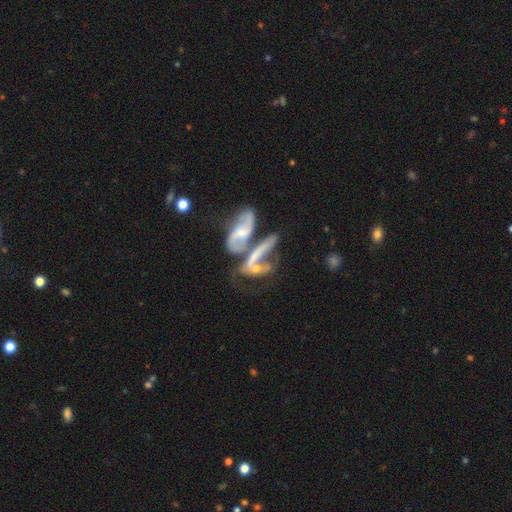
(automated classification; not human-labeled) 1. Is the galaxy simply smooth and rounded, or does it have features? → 66% featured or disk, 25% smooth, 9% star or artifact.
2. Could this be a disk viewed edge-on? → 85% no, 15% yes.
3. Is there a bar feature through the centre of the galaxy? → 59% no, 27% weak, 14% strong.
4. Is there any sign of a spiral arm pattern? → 68% yes, 32% no.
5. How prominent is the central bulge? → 52% small, 32% moderate, 11% none, 3% large, 2% dominant.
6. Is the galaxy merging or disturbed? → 63% merger, 16% none, 12% major disturbance, 9% minor disturbance.